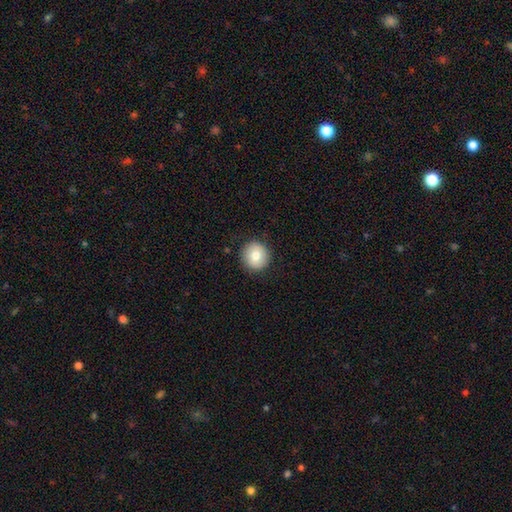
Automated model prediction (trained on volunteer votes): smooth_or_featured: smooth (p=0.79) [alt: featured or disk p=0.13]
how_rounded: round (p=0.93) [alt: in between p=0.07]
merging: none (p=0.90) [alt: minor disturbance p=0.07]